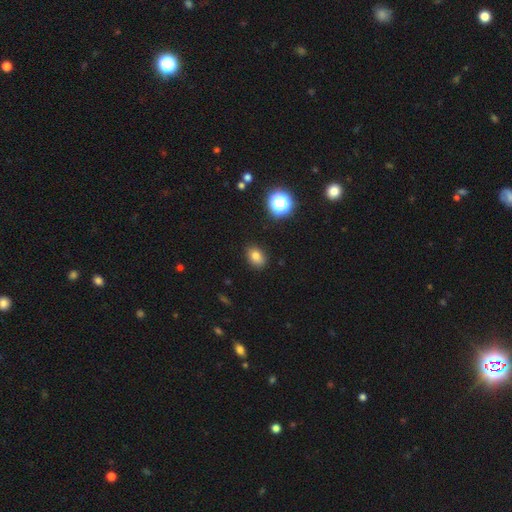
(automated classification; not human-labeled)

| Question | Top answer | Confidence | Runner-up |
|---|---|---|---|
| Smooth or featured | smooth | 78% | star or artifact (14%) |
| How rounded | in between | 68% | round (31%) |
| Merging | none | 86% | minor disturbance (10%) |